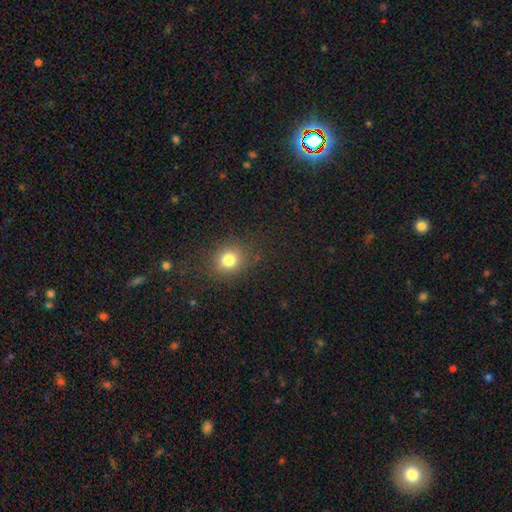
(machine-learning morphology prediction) Q: Smooth or featured?
A: smooth (62%); runner-up: star or artifact (32%)
Q: How rounded?
A: round (79%); runner-up: in between (19%)
Q: Merging?
A: none (87%); runner-up: minor disturbance (8%)